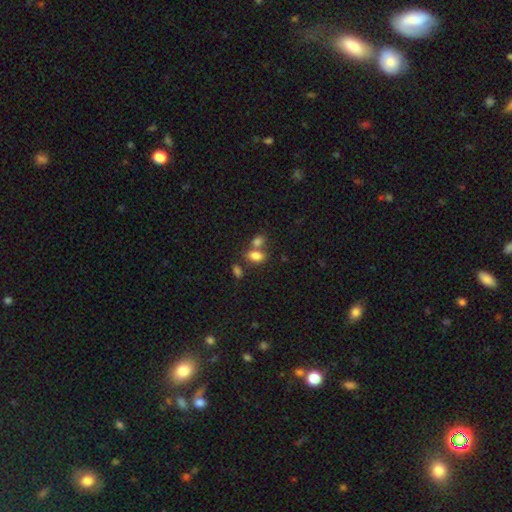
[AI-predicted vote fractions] Smooth or featured: smooth — 81% (star or artifact — 10%)
How rounded: in between — 86% (round — 11%)
Merging: none — 47% (merger — 39%)